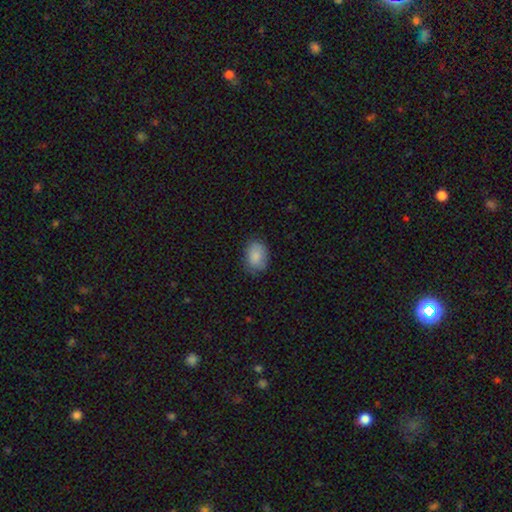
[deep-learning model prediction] This appears to be a smooth galaxy with no disk features (87%) that is in between round and cigar-shaped (73%). Merging: none (77%).